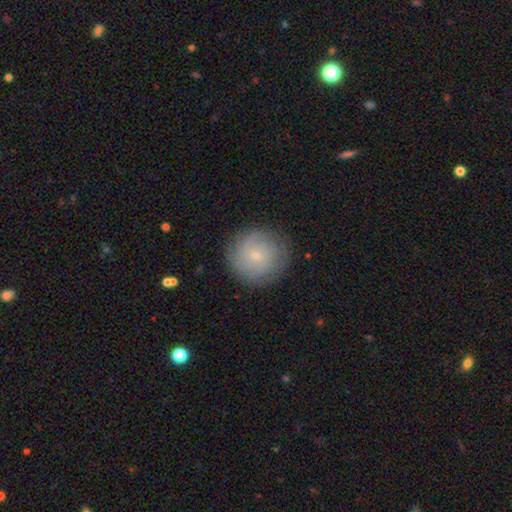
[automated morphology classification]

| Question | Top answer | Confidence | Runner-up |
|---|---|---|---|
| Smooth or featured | smooth | 48% | featured or disk (43%) |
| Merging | none | 83% | minor disturbance (12%) |